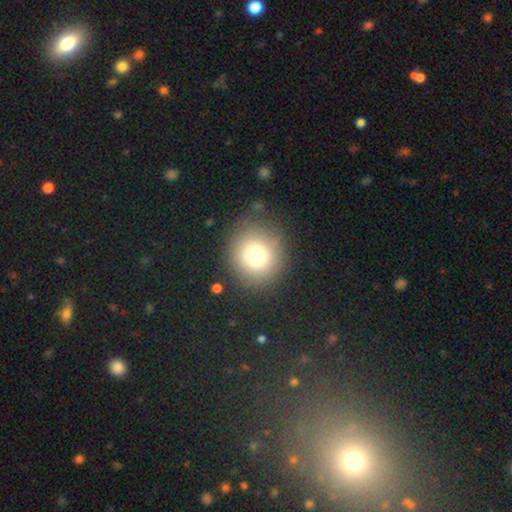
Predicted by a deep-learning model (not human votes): Smooth or featured? smooth (75%)
How rounded? round (91%)
Merging? none (84%)